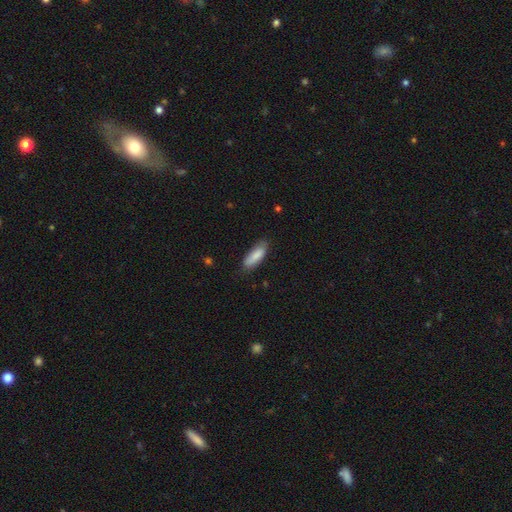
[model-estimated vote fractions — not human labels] smooth 84%, featured or disk 10%, star or artifact 6%. Down the decision tree: how rounded — in between (61%); merging — none (70%).